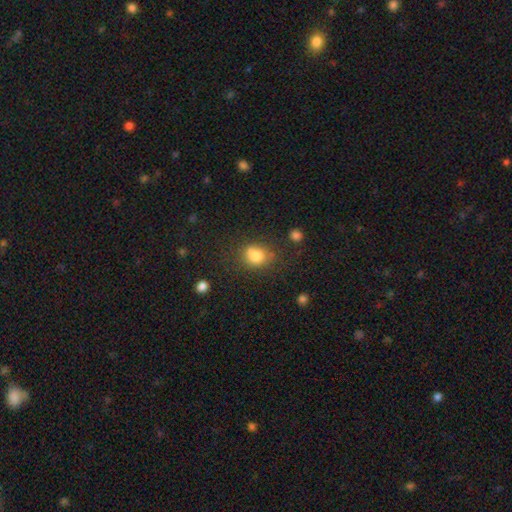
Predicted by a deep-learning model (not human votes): Smooth or featured?
  - smooth: 77% *
  - star or artifact: 12%
  - featured or disk: 11%
How rounded?
  - round: 66% *
  - in between: 33%
  - cigar-shaped: 1%
Merging?
  - none: 54% *
  - minor disturbance: 20%
  - merger: 19%
  - major disturbance: 8%